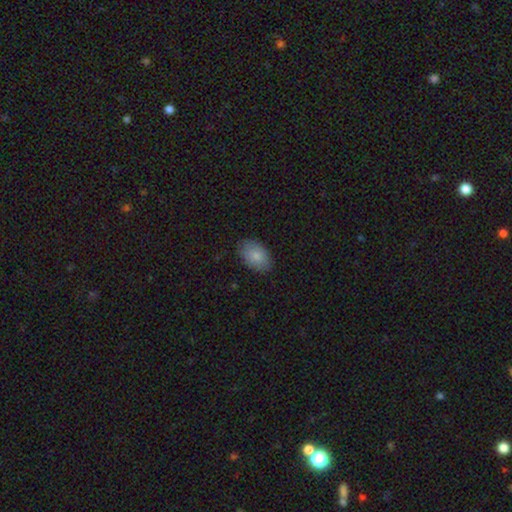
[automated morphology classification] Smooth or featured? smooth (84%)
How rounded? in between (90%)
Merging? none (82%)